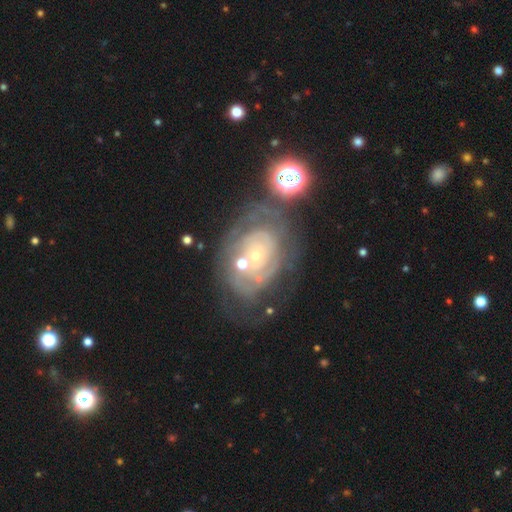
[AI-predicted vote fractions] smooth_or_featured: featured or disk (p=0.73) [alt: smooth p=0.16]
disk_edge_on: no (p=0.96) [alt: yes p=0.04]
bar: no (p=0.85) [alt: weak p=0.12]
has_spiral_arms: yes (p=0.68) [alt: no p=0.32]
bulge_size: small (p=0.77) [alt: moderate p=0.15]
merging: none (p=0.48) [alt: minor disturbance p=0.21]